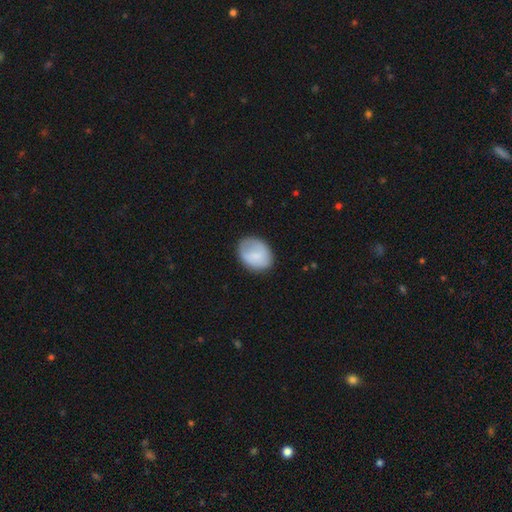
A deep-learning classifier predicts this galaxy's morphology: The model was most divided on "how rounded": in between: 61%, round: 38%, cigar-shaped: 1%. More confident: smooth or featured — smooth (77%); merging — none (70%).